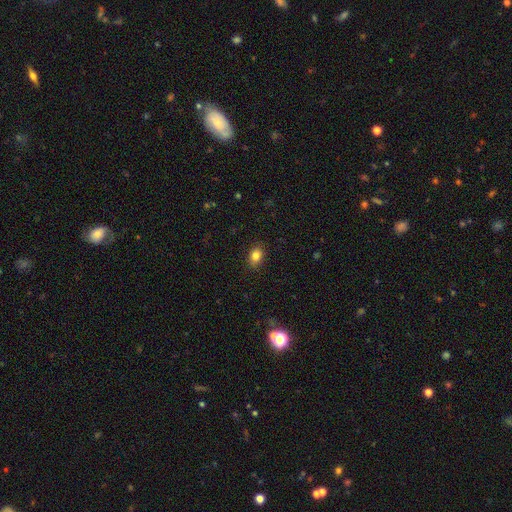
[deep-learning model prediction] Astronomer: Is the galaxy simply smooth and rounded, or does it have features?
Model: smooth — 83%.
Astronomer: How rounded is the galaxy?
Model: in between — 73%.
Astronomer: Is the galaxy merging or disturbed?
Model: none — 85%.